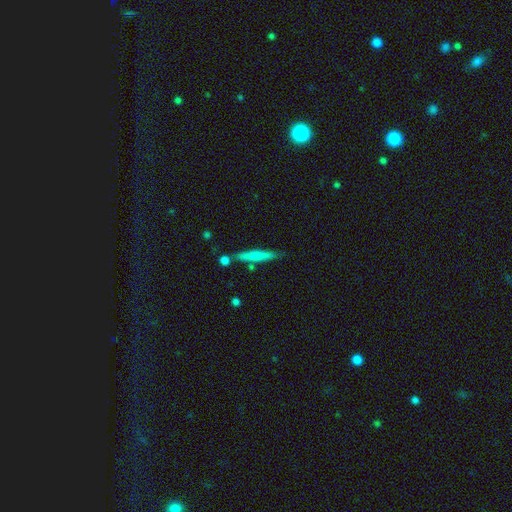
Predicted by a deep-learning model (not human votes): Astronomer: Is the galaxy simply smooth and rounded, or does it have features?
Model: smooth — 64%.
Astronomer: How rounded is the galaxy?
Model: cigar-shaped — 93%.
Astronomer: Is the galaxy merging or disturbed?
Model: none — 76%.